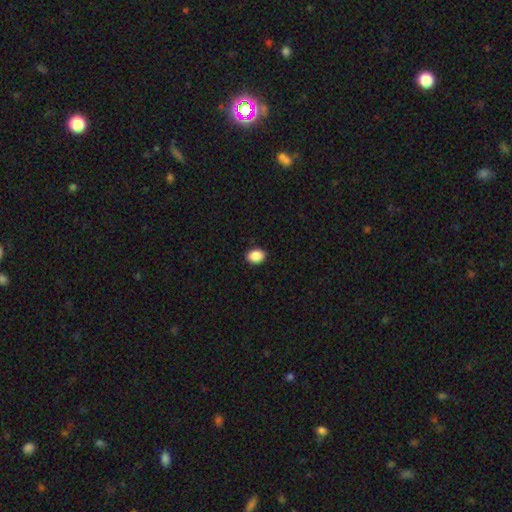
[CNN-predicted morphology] smooth 89%, star or artifact 8%, featured or disk 3%. Down the decision tree: how rounded — in between (66%); merging — none (91%).